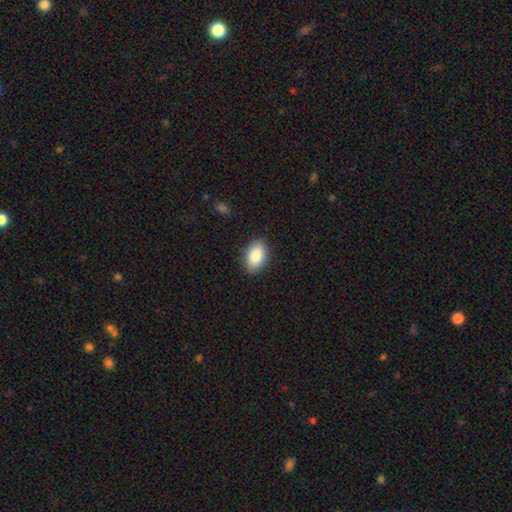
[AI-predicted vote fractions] A smooth galaxy with no disk features (87%) that is in between round and cigar-shaped (91%).

Vote fractions:
- Smooth or featured? smooth: 87% / star or artifact: 7% / featured or disk: 7%
- How rounded? in between: 91% / round: 8% / cigar-shaped: 1%
- Merging? none: 88% / minor disturbance: 9% / major disturbance: 2% / merger: 1%